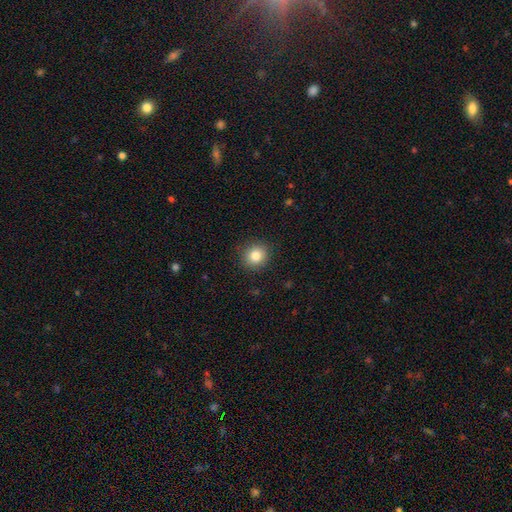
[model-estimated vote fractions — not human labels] A smooth galaxy with no disk features (83%) that is round (89%).

Vote fractions:
- Smooth or featured? smooth: 83% / star or artifact: 11% / featured or disk: 7%
- How rounded? round: 89% / in between: 10% / cigar-shaped: 1%
- Merging? none: 91% / minor disturbance: 6% / major disturbance: 2% / merger: 1%